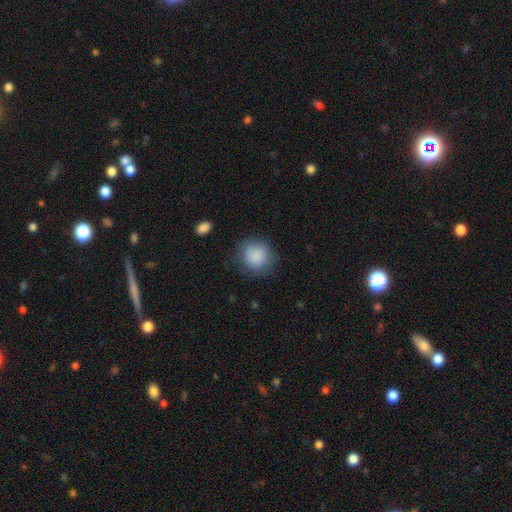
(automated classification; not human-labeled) Smooth or featured? smooth (86%)
How rounded? round (87%)
Merging? none (77%)